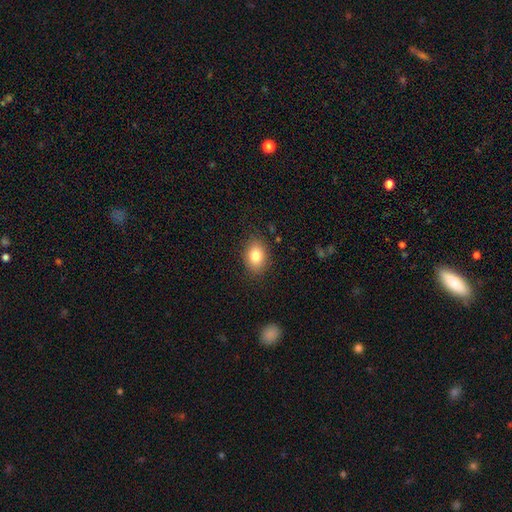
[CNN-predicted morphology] This appears to be a smooth galaxy with no disk features (82%) that is in between round and cigar-shaped (75%). Merging: none (85%).